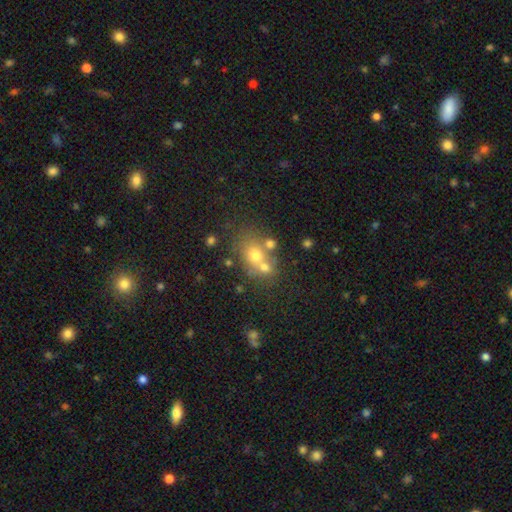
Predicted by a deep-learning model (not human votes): This is likely a smooth galaxy (61%). How rounded: possibly round (51%). Merging: possibly none (46%).